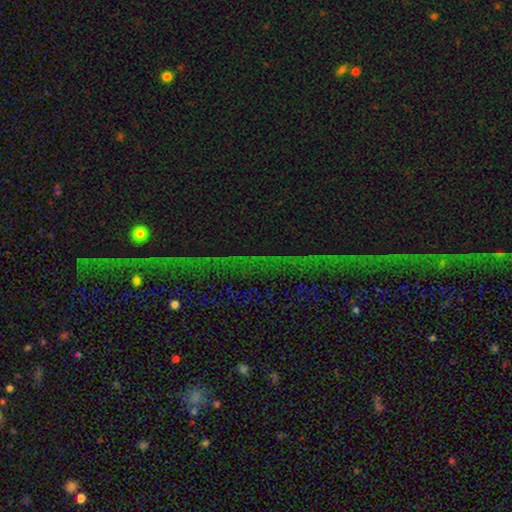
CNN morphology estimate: Q: Smooth or featured?
A: star or artifact (78%); runner-up: featured or disk (12%)